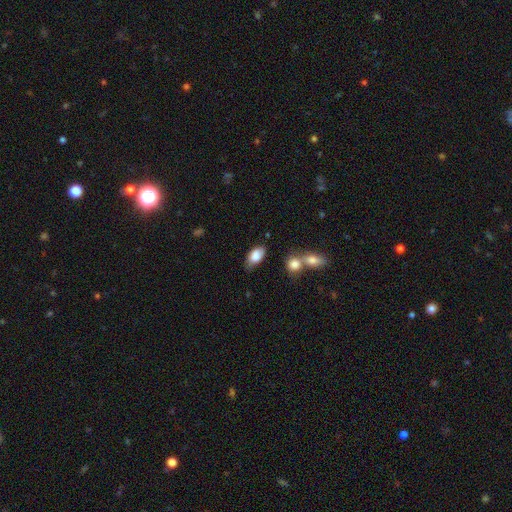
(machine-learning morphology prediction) Q: Smooth or featured?
A: smooth (81%); runner-up: featured or disk (12%)
Q: How rounded?
A: in between (91%); runner-up: round (6%)
Q: Merging?
A: none (51%); runner-up: minor disturbance (28%)